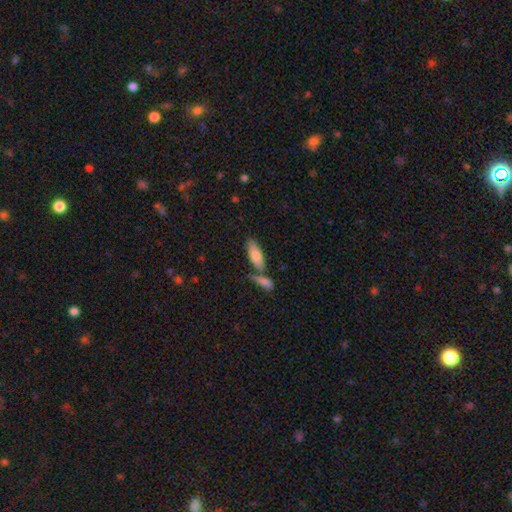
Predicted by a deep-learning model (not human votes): Smooth or featured: smooth — 79% (featured or disk — 15%)
How rounded: in between — 71% (cigar-shaped — 27%)
Merging: none — 55% (merger — 29%)